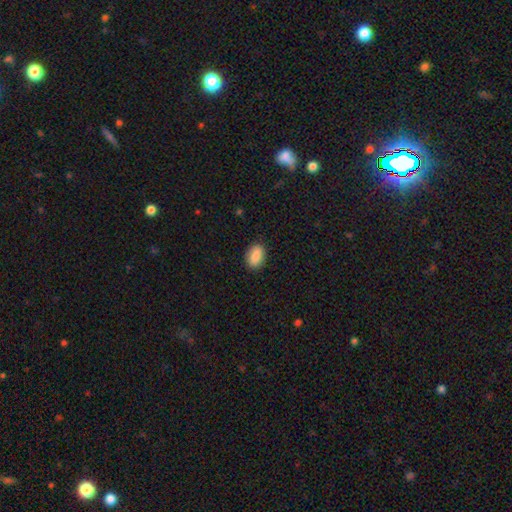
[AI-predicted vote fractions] A smooth galaxy with no disk features (88%) that is in between round and cigar-shaped (87%).

Vote fractions:
- Smooth or featured? smooth: 88% / star or artifact: 7% / featured or disk: 5%
- How rounded? in between: 87% / round: 11% / cigar-shaped: 2%
- Merging? none: 87% / minor disturbance: 9% / major disturbance: 2% / merger: 1%